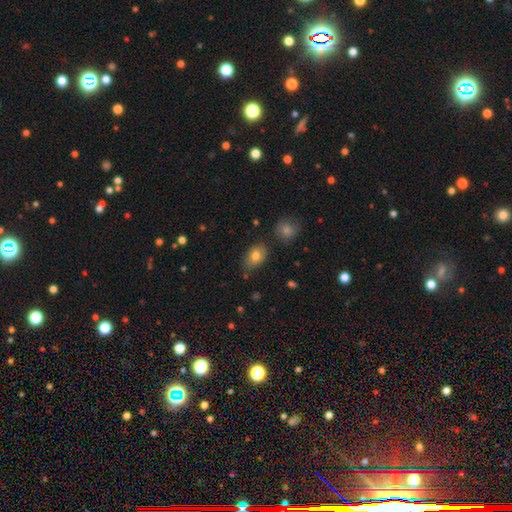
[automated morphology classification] smooth_or_featured: smooth (p=0.78) [alt: featured or disk p=0.13]
how_rounded: in between (p=0.83) [alt: round p=0.16]
merging: none (p=0.69) [alt: minor disturbance p=0.22]